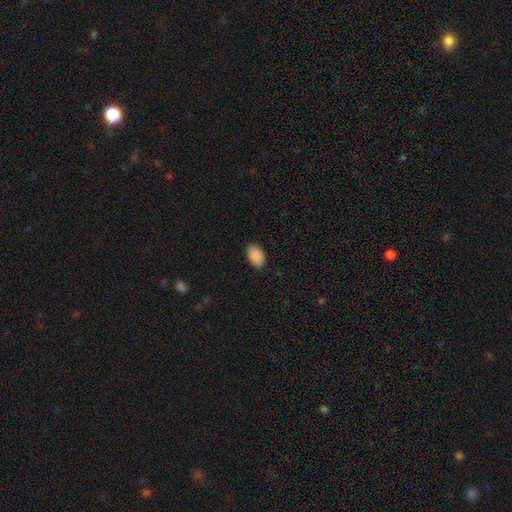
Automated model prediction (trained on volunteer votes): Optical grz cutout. It shows a smooth galaxy with no disk features (89%) that is in between round and cigar-shaped (93%). Merging: none (88%).